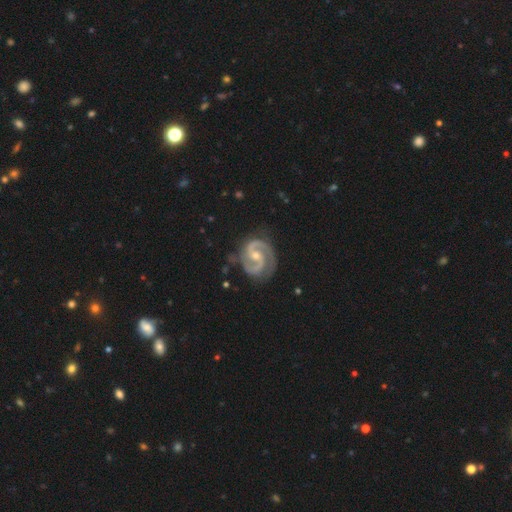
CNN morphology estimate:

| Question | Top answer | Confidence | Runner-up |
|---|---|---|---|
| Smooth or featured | featured or disk | 93% | star or artifact (4%) |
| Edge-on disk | no | 98% | yes (2%) |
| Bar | weak | 44% | no (41%) |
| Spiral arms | yes | 99% | no (1%) |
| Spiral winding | medium | 59% | tight (32%) |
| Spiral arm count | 2 | 93% | 3 (2%) |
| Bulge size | moderate | 54% | small (41%) |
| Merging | none | 78% | minor disturbance (16%) |